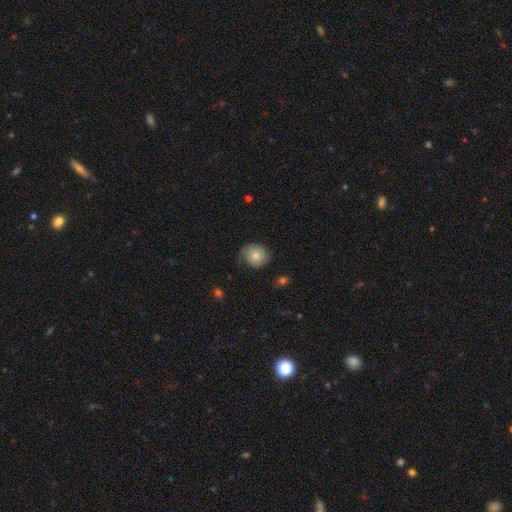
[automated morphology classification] Smooth or featured?
  - smooth: 70% *
  - featured or disk: 23%
  - star or artifact: 8%
How rounded?
  - round: 68% *
  - in between: 31%
  - cigar-shaped: 1%
Merging?
  - none: 72% *
  - minor disturbance: 22%
  - major disturbance: 5%
  - merger: 1%